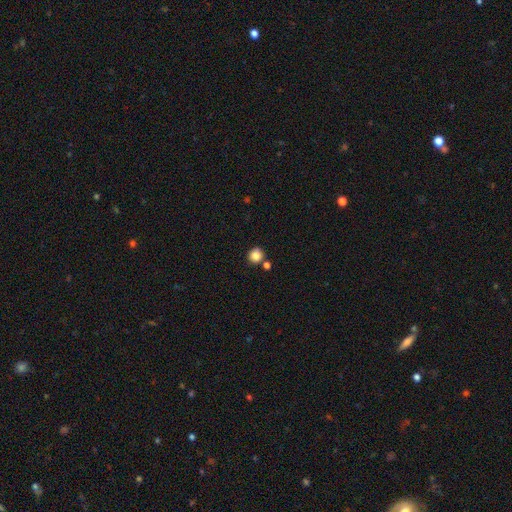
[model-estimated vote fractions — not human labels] Smooth or featured? Predicted: smooth (p=0.83). How rounded? Predicted: round (p=0.89). Merging? Predicted: none (p=0.78).